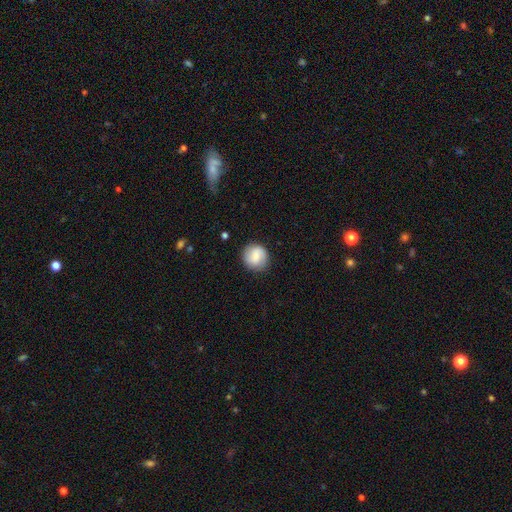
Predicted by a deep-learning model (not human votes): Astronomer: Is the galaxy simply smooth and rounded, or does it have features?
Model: smooth — 68%.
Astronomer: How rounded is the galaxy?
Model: round — 88%.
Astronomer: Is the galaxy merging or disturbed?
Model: none — 85%.